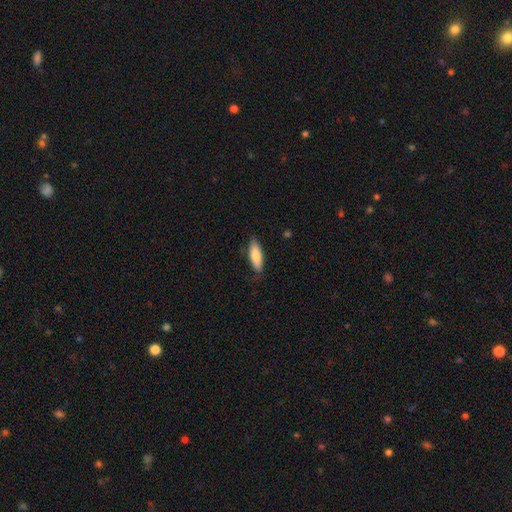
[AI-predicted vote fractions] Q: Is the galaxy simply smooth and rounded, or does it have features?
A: smooth — 82%.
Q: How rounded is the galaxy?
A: in between — 53%.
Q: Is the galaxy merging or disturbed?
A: none — 82%.